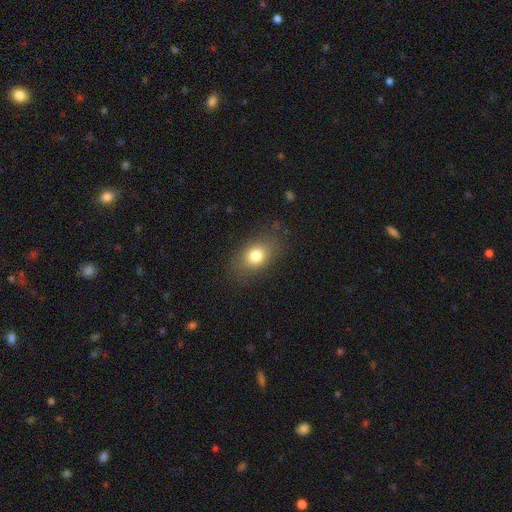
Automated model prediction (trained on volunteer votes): smooth-or-featured: smooth: 78% | featured or disk: 12% | star or artifact: 10%
  how-rounded: in between: 73% | round: 24% | cigar-shaped: 2%
  merging: none: 81% | minor disturbance: 13% | major disturbance: 5% | merger: 1%